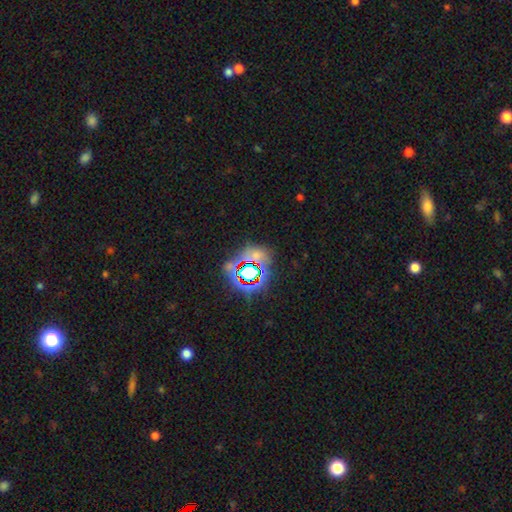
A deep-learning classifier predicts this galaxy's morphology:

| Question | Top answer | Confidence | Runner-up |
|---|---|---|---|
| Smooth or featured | star or artifact | 66% | smooth (23%) |